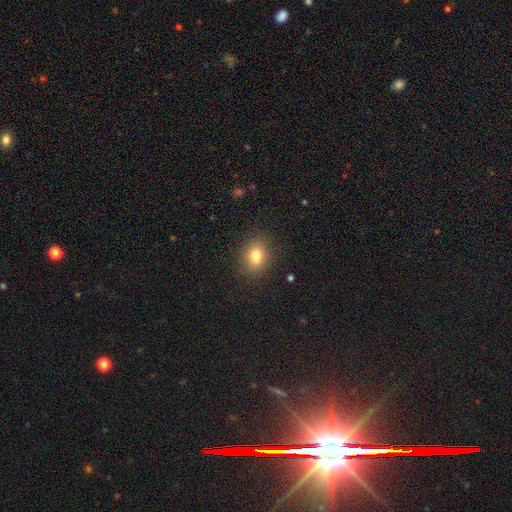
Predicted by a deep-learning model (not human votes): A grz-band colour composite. It shows a smooth galaxy with no disk features (79%) that is in between round and cigar-shaped (56%). Merging: none (87%).